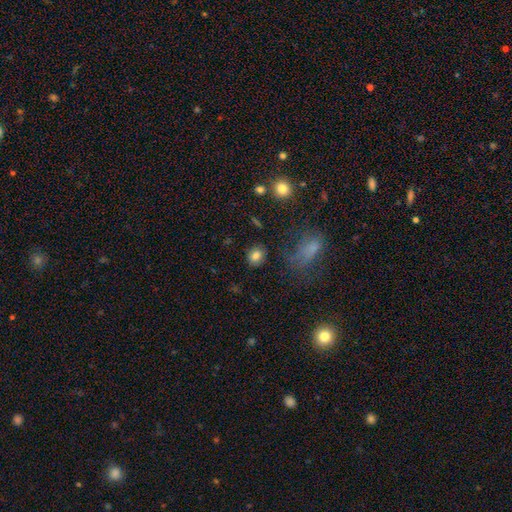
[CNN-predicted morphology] smooth-or-featured: smooth: 81% | star or artifact: 11% | featured or disk: 8%
  how-rounded: round: 62% | in between: 37% | cigar-shaped: 1%
  merging: none: 84% | minor disturbance: 10% | major disturbance: 4% | merger: 2%